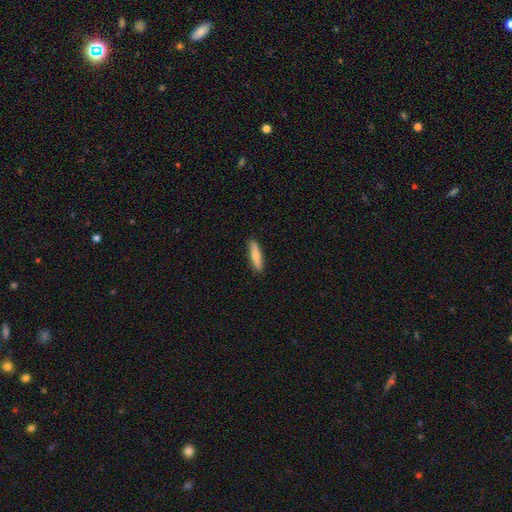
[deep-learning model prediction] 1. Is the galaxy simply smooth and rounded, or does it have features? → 66% smooth, 28% featured or disk, 6% star or artifact.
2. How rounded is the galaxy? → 81% cigar-shaped, 17% in between, 2% round.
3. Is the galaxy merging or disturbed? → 89% none, 9% minor disturbance, 2% major disturbance, 1% merger.